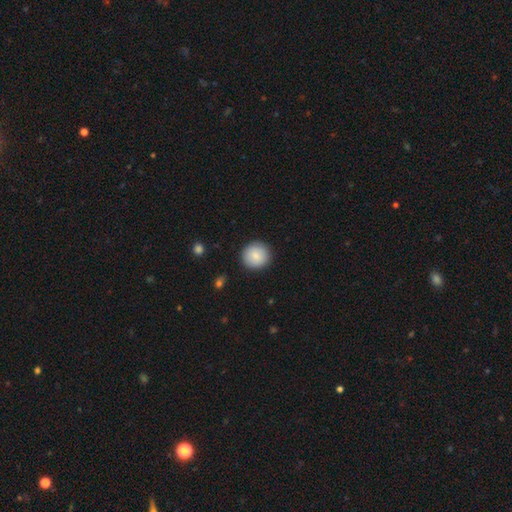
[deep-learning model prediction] The model was most divided on "smooth or featured": smooth: 87%, star or artifact: 7%, featured or disk: 6%. More confident: how rounded — round (94%); merging — none (91%).